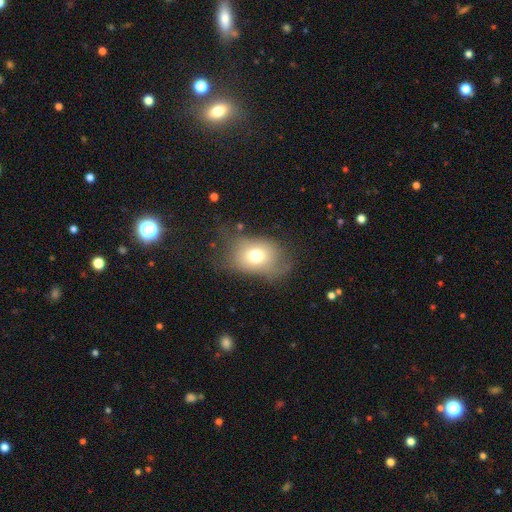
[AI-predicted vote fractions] A smooth galaxy with no disk features (69%) that is in between round and cigar-shaped (66%).

Vote fractions:
- Smooth or featured? smooth: 69% / featured or disk: 19% / star or artifact: 12%
- How rounded? in between: 66% / round: 33% / cigar-shaped: 1%
- Merging? none: 47% / minor disturbance: 28% / major disturbance: 22% / merger: 2%